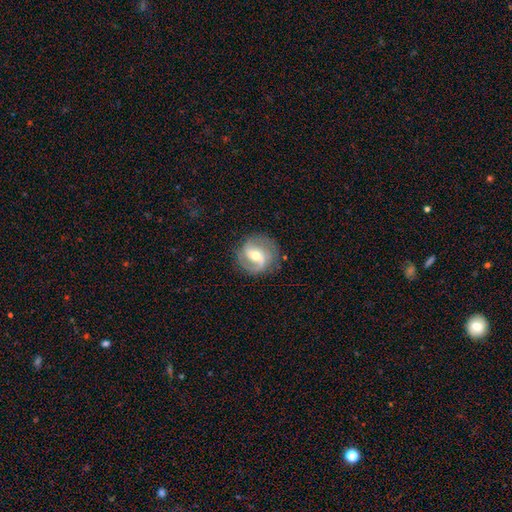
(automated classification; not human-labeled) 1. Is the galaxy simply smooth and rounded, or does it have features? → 83% featured or disk, 11% smooth, 6% star or artifact.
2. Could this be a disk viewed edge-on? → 97% no, 3% yes.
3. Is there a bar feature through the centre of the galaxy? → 44% weak, 30% strong, 26% no.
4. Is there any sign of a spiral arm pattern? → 94% yes, 6% no.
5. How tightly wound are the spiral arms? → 48% medium, 27% tight, 25% loose.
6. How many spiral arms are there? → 83% 2, 6% 1, 6% can't tell, 4% 3, 1% 4, 1% more than 4.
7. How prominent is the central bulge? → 62% moderate, 33% small, 4% large, 1% none, 1% dominant.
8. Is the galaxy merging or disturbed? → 80% none, 13% minor disturbance, 6% major disturbance, 1% merger.